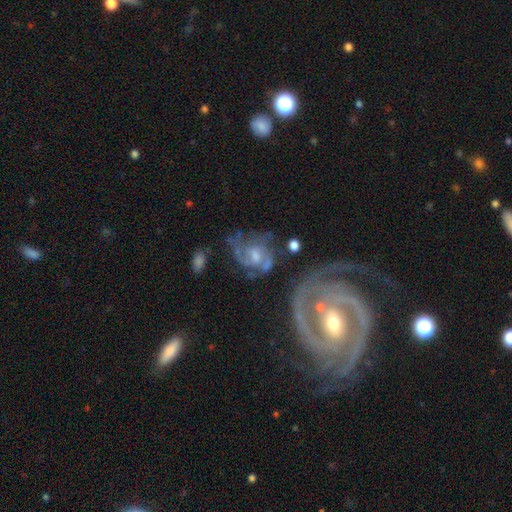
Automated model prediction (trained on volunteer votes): Smooth or featured: featured or disk — 78% (smooth — 13%)
Edge-on disk: no — 97% (yes — 3%)
Bar: no — 59% (weak — 33%)
Spiral arms: yes — 89% (no — 11%)
Spiral winding: medium — 45% (tight — 38%)
Spiral arm count: 2 — 48% (can't tell — 22%)
Bulge size: moderate — 48% (small — 37%)
Merging: none — 51% (major disturbance — 19%)